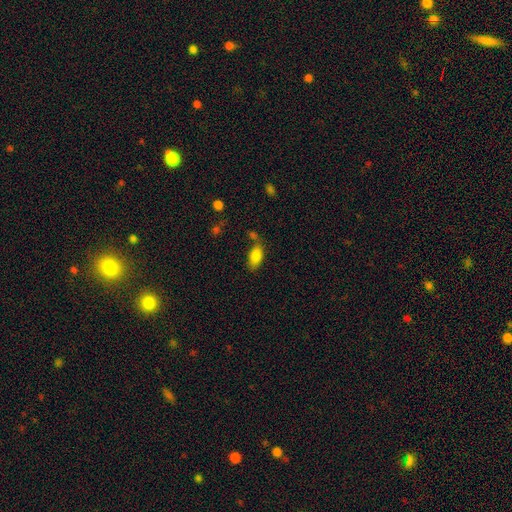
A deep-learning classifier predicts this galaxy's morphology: Smooth or featured? smooth (83%)
How rounded? in between (91%)
Merging? none (63%)